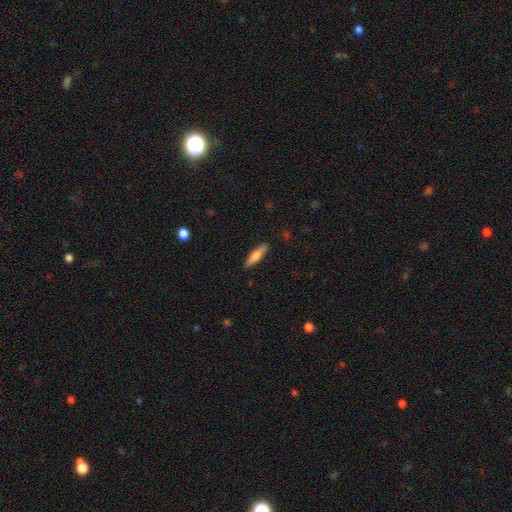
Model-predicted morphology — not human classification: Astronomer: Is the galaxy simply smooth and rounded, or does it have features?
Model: smooth — 71%.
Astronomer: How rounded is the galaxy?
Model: cigar-shaped — 72%.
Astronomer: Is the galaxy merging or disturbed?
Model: none — 88%.